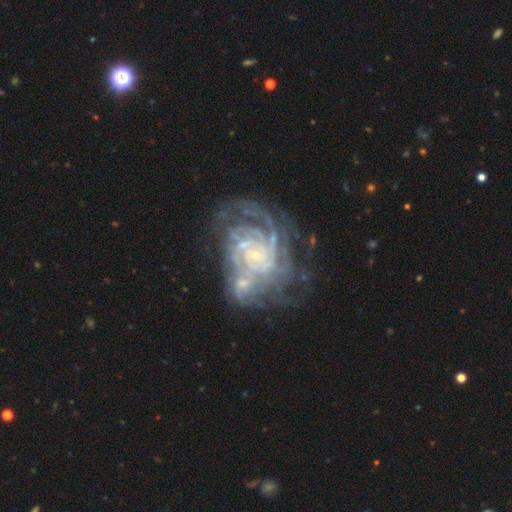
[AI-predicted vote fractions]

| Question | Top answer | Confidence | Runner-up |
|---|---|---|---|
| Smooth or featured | featured or disk | 89% | star or artifact (6%) |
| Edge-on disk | no | 98% | yes (2%) |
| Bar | no | 71% | weak (21%) |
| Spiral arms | yes | 97% | no (3%) |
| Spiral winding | tight | 74% | medium (21%) |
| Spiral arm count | can't tell | 25% | 4 (22%) |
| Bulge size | small | 85% | moderate (8%) |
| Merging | none | 41% | merger (28%) |